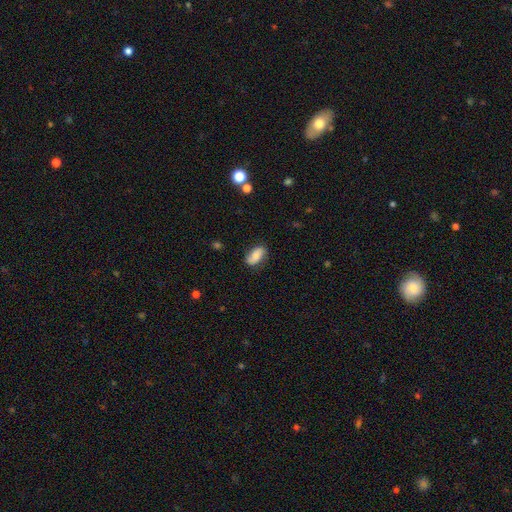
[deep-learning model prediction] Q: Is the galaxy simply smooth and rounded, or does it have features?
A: smooth — 64%.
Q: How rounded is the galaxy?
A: in between — 91%.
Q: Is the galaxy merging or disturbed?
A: none — 78%.